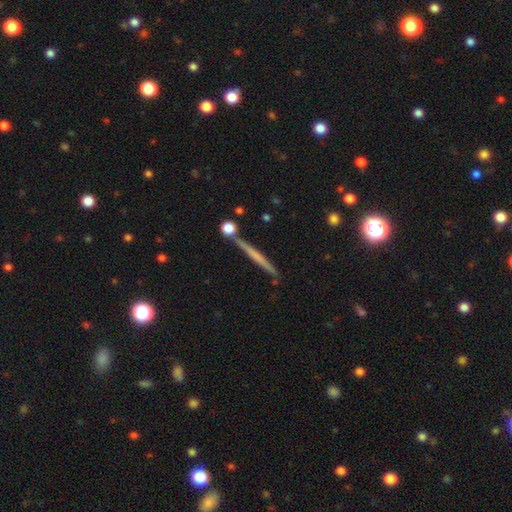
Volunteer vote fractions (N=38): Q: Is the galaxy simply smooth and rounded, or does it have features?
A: featured or disk — 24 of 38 (63%).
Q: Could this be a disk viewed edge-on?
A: yes — 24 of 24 (100%).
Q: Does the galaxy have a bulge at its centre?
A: none — 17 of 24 (71%).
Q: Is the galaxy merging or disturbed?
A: none — 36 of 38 (95%).